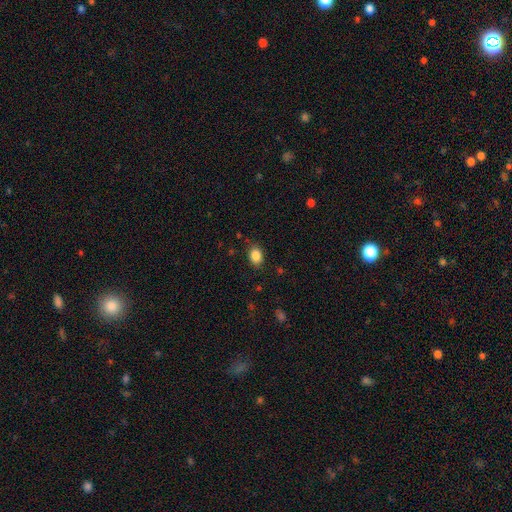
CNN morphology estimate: smooth_or_featured: smooth (p=0.86) [alt: star or artifact p=0.09]
how_rounded: in between (p=0.70) [alt: round p=0.29]
merging: none (p=0.82) [alt: minor disturbance p=0.14]